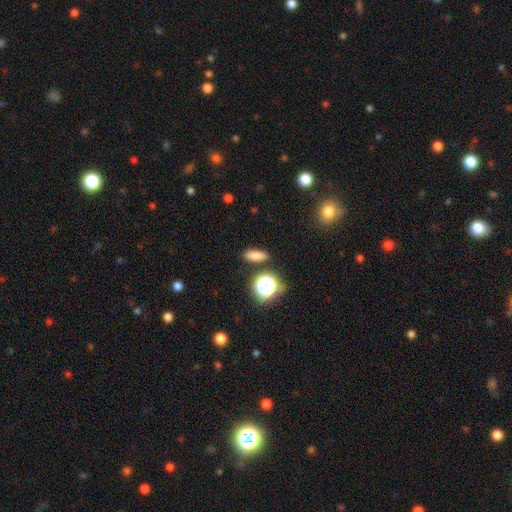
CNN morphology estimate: The model was most divided on "how rounded": in between: 62%, cigar-shaped: 22%, round: 16%. More confident: merging — none (85%); smooth or featured — smooth (76%).